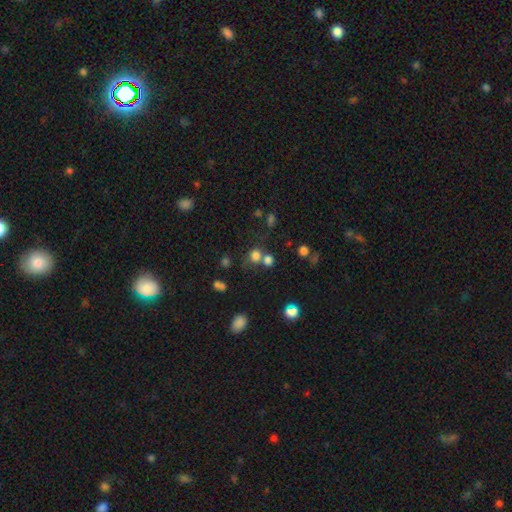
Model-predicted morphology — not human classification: Smooth or featured? smooth (75%)
How rounded? round (83%)
Merging? none (57%)